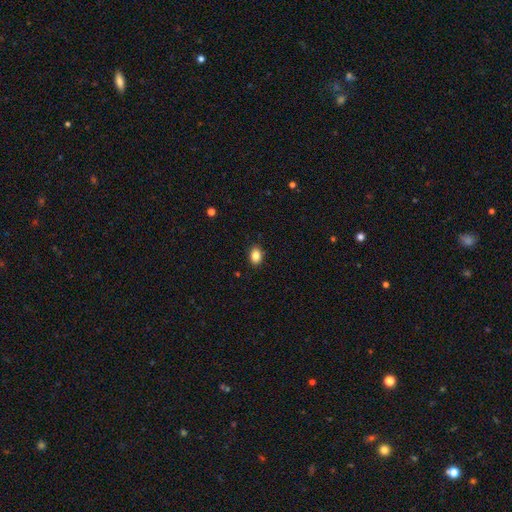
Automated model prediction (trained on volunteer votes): A smooth galaxy with no disk features (86%) that is in between round and cigar-shaped (78%).

Vote fractions:
- Smooth or featured? smooth: 86% / star or artifact: 9% / featured or disk: 5%
- How rounded? in between: 78% / round: 21% / cigar-shaped: 1%
- Merging? none: 88% / minor disturbance: 9% / major disturbance: 2% / merger: 1%